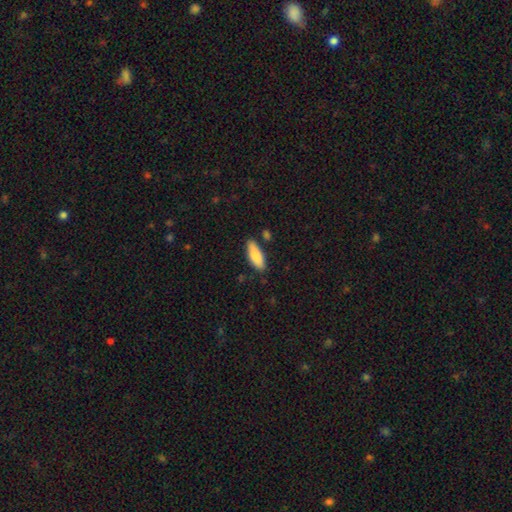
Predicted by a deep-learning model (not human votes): Smooth or featured? smooth (83%)
How rounded? in between (65%)
Merging? none (83%)